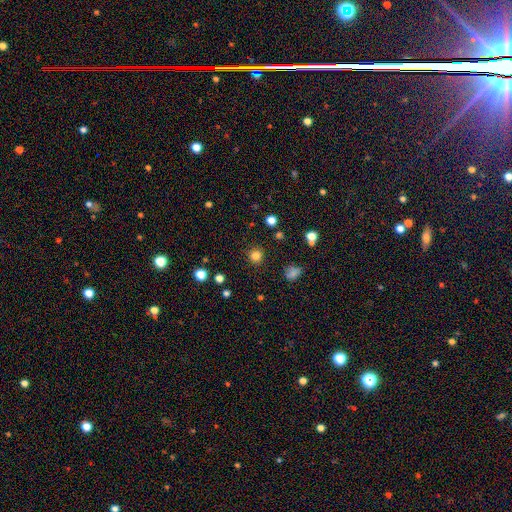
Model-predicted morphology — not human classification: type=smooth (81%); roundness=round (93%); merging=none (90%).